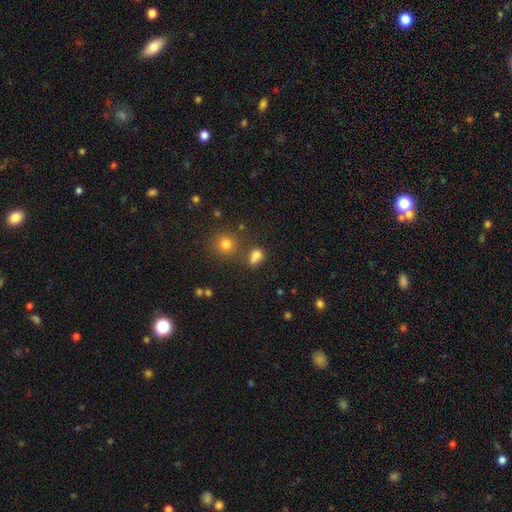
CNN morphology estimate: A smooth galaxy with no disk features (75%) that is in between round and cigar-shaped (54%).

Vote fractions:
- Smooth or featured? smooth: 75% / star or artifact: 17% / featured or disk: 9%
- How rounded? in between: 54% / round: 44% / cigar-shaped: 2%
- Merging? none: 48% / merger: 31% / minor disturbance: 14% / major disturbance: 7%